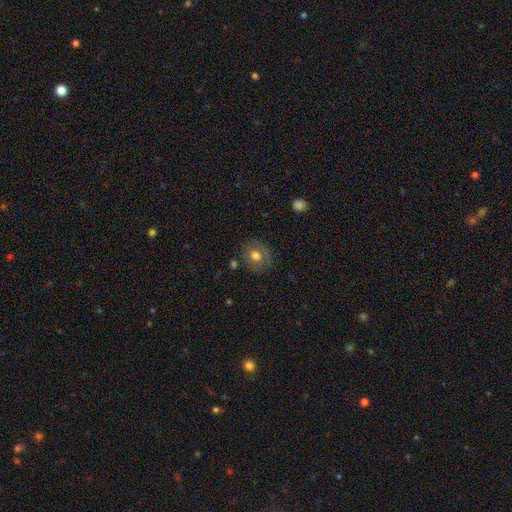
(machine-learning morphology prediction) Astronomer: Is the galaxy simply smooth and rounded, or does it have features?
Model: smooth — 65%.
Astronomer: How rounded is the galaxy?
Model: round — 68%.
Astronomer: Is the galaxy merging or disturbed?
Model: none — 76%.